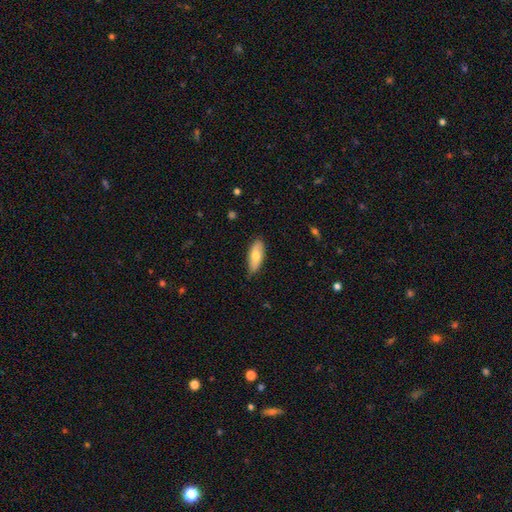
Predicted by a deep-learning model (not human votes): Q: Smooth or featured?
A: smooth (70%); runner-up: featured or disk (24%)
Q: How rounded?
A: in between (78%); runner-up: cigar-shaped (20%)
Q: Merging?
A: none (79%); runner-up: minor disturbance (17%)